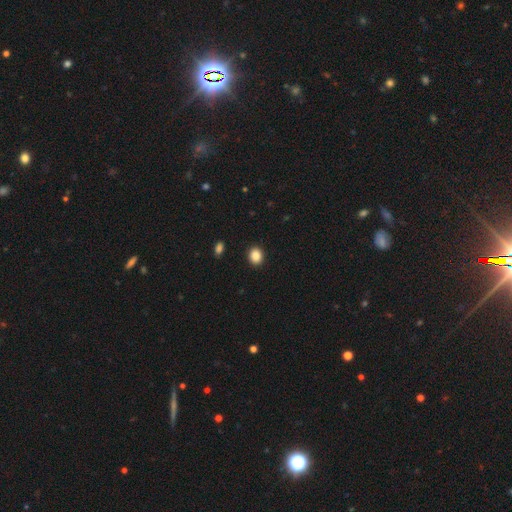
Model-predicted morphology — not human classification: Smooth or featured? smooth (88%)
How rounded? round (55%)
Merging? none (91%)